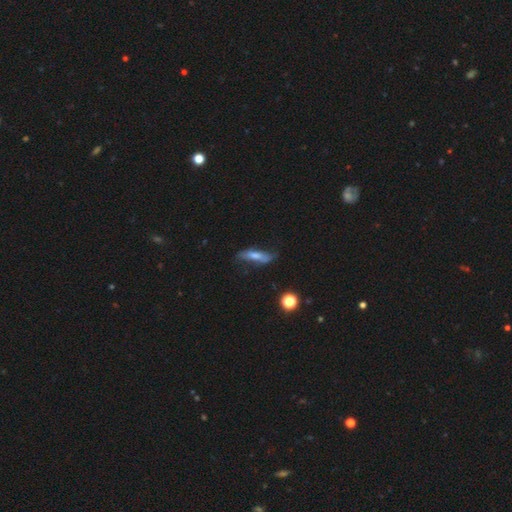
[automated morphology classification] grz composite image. It shows a smooth galaxy with no disk features (51%) that is cigar-shaped (63%). Merging: none (55%).